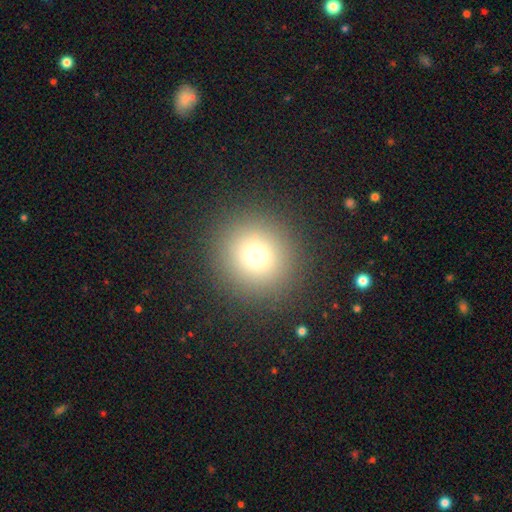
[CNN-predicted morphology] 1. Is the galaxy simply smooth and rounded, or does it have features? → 72% smooth, 18% star or artifact, 10% featured or disk.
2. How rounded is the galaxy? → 95% round, 4% in between, 1% cigar-shaped.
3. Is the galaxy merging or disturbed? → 91% none, 5% minor disturbance, 3% major disturbance, 1% merger.